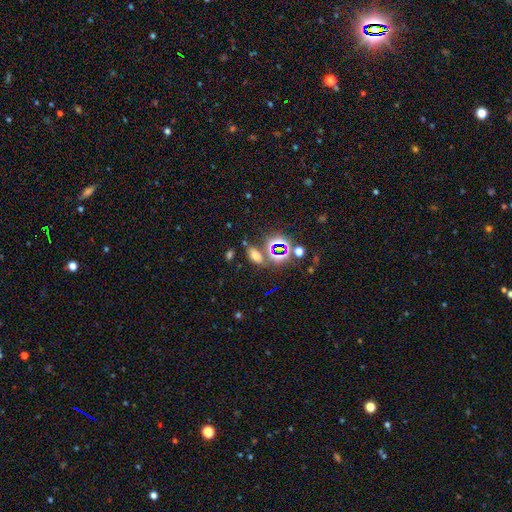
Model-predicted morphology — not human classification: smooth 55%, star or artifact 35%, featured or disk 10%. Down the decision tree: how rounded — in between (82%); merging — none (72%).